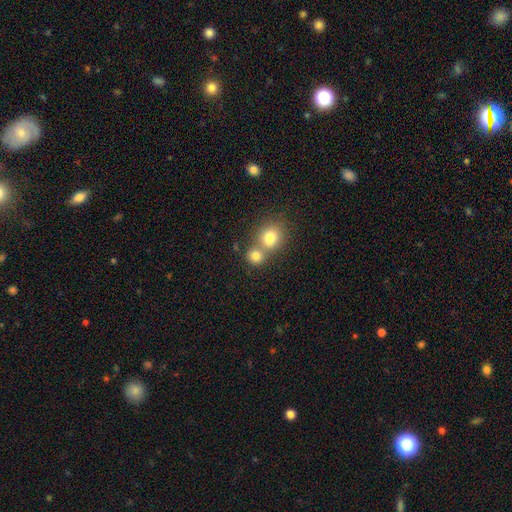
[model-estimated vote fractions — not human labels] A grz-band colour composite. It shows a smooth galaxy with no disk features (78%) that is round (82%). Merging: none (48%).